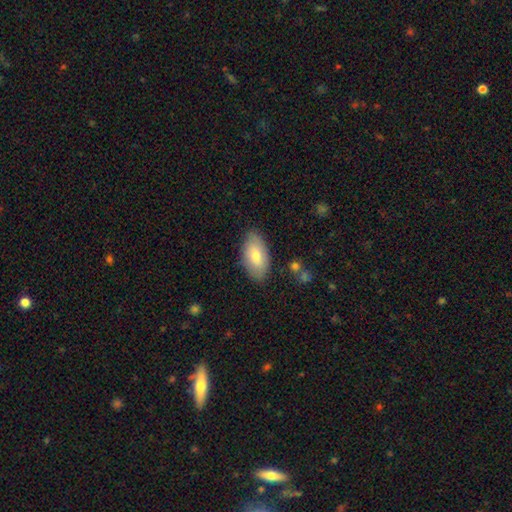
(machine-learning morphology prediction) Smooth or featured? smooth (76%)
How rounded? in between (93%)
Merging? none (83%)